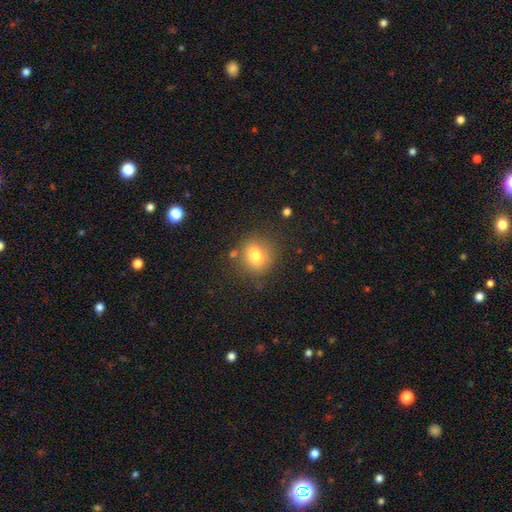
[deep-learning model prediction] Smooth or featured? Predicted: smooth (p=0.77). How rounded? Predicted: round (p=0.73). Merging? Predicted: none (p=0.77).